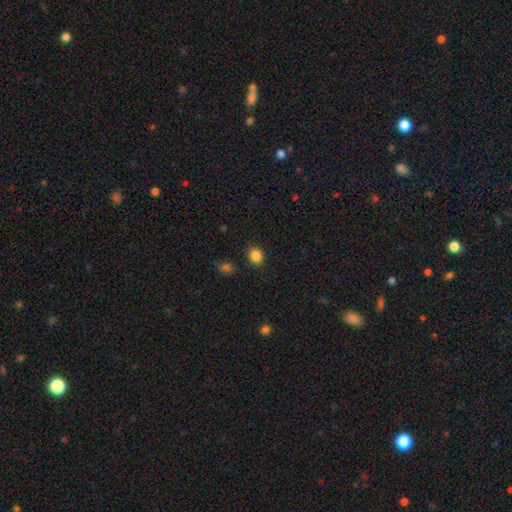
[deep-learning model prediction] smooth 85%, star or artifact 11%, featured or disk 4%. Down the decision tree: how rounded — round (62%); merging — none (87%).